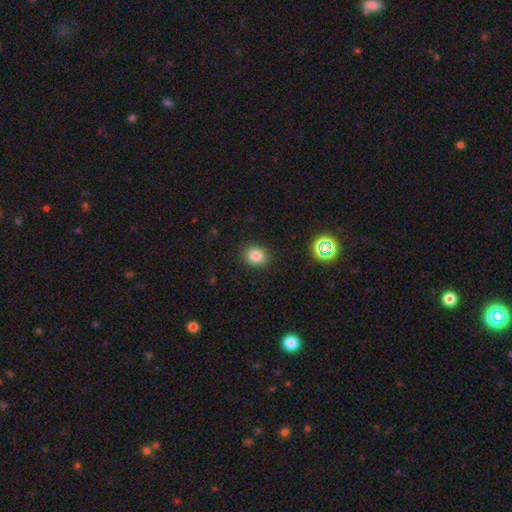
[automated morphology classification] smooth-or-featured: smooth: 82% | star or artifact: 12% | featured or disk: 6%
  how-rounded: round: 56% | in between: 43% | cigar-shaped: 1%
  merging: none: 88% | minor disturbance: 8% | major disturbance: 2% | merger: 1%